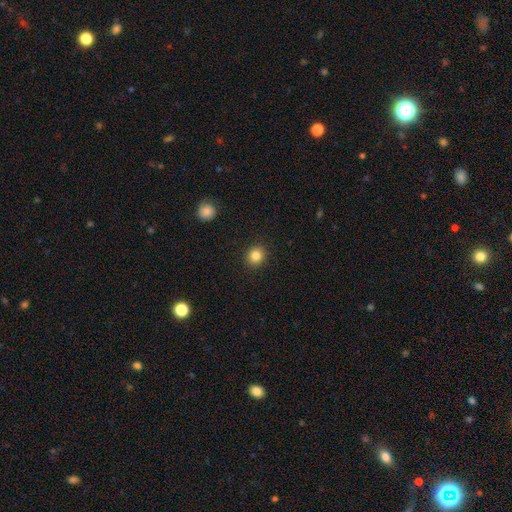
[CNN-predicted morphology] smooth-or-featured: smooth: 84% | star or artifact: 11% | featured or disk: 5%
  how-rounded: round: 84% | in between: 15% | cigar-shaped: 1%
  merging: none: 92% | minor disturbance: 6% | major disturbance: 2% | merger: 1%